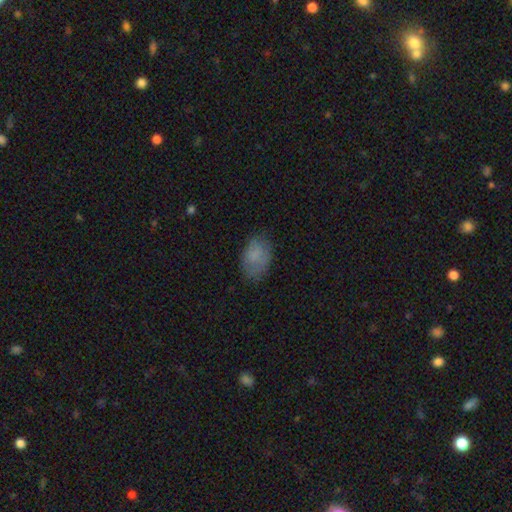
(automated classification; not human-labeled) smooth_or_featured: smooth (p=0.79) [alt: featured or disk p=0.12]
how_rounded: in between (p=0.88) [alt: round p=0.10]
merging: none (p=0.71) [alt: minor disturbance p=0.22]